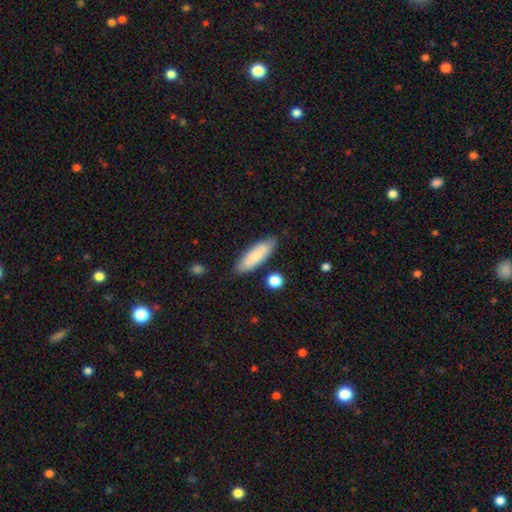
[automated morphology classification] Q: Smooth or featured?
A: smooth (83%); runner-up: featured or disk (11%)
Q: How rounded?
A: cigar-shaped (53%); runner-up: in between (46%)
Q: Merging?
A: none (84%); runner-up: minor disturbance (11%)